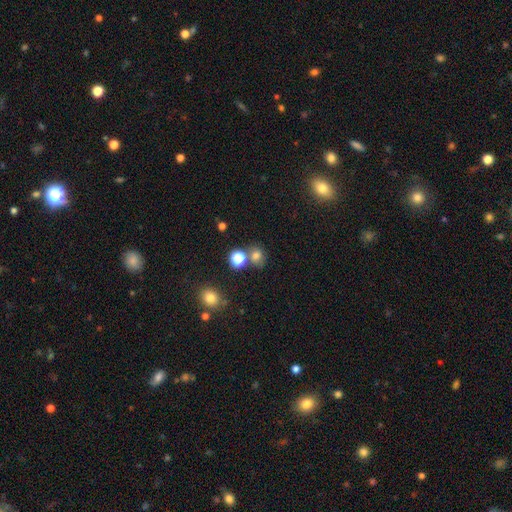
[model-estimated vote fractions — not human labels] Smooth or featured: smooth — 71% (star or artifact — 21%)
How rounded: round — 71% (in between — 28%)
Merging: none — 63% (merger — 19%)